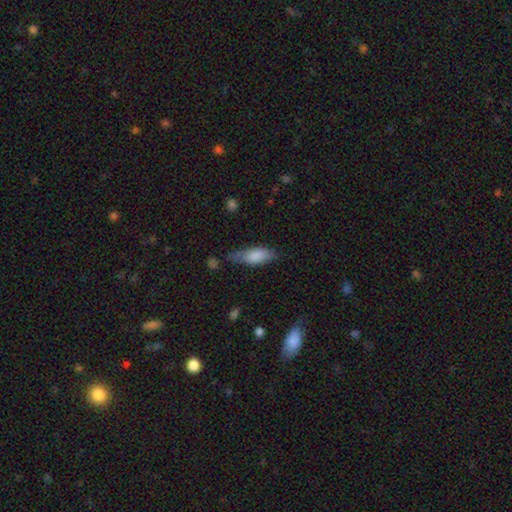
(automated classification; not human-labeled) A smooth galaxy with no disk features (80%) that is in between round and cigar-shaped (70%). Merging: none (52%).